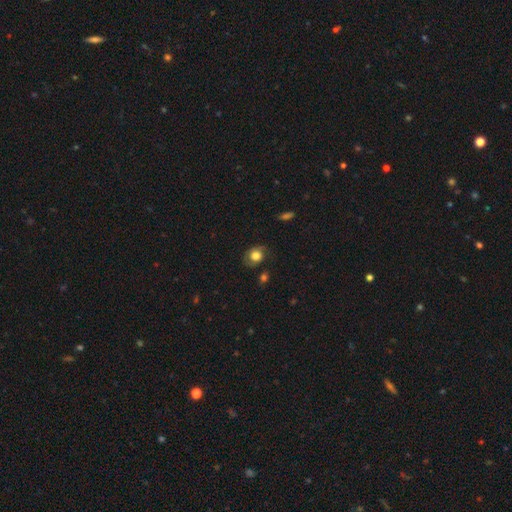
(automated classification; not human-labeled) smooth 73%, featured or disk 17%, star or artifact 9%. Down the decision tree: how rounded — round (57%); merging — none (66%).